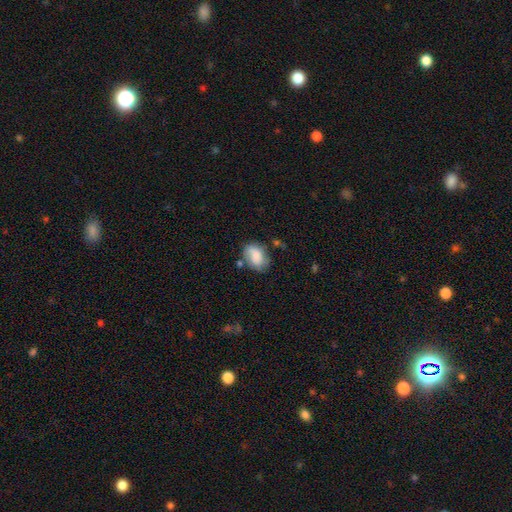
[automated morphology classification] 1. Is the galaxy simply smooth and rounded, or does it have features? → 77% smooth, 15% featured or disk, 8% star or artifact.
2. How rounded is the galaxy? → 79% in between, 20% round, 1% cigar-shaped.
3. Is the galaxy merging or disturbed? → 59% none, 25% minor disturbance, 8% merger, 8% major disturbance.